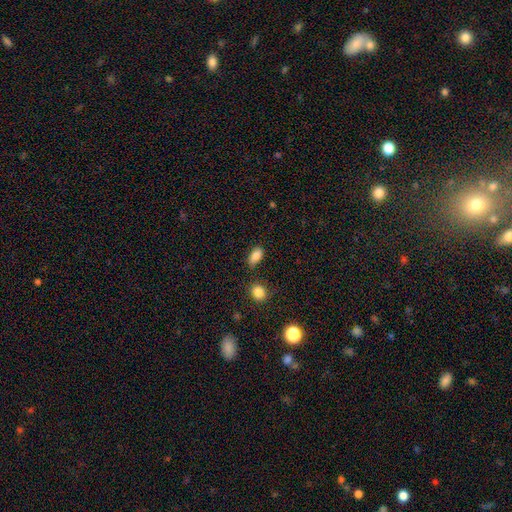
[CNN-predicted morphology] smooth-or-featured: smooth: 85% | star or artifact: 9% | featured or disk: 6%
  how-rounded: in between: 90% | round: 7% | cigar-shaped: 4%
  merging: none: 75% | minor disturbance: 16% | merger: 5% | major disturbance: 4%